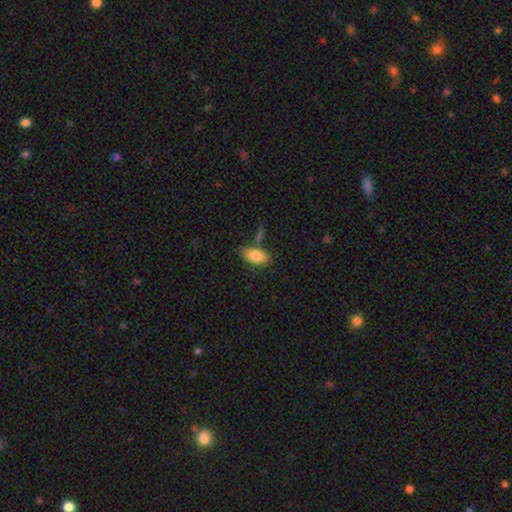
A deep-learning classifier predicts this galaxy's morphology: Smooth or featured? Predicted: smooth (p=0.82). How rounded? Predicted: in between (p=0.92). Merging? Predicted: none (p=0.65).